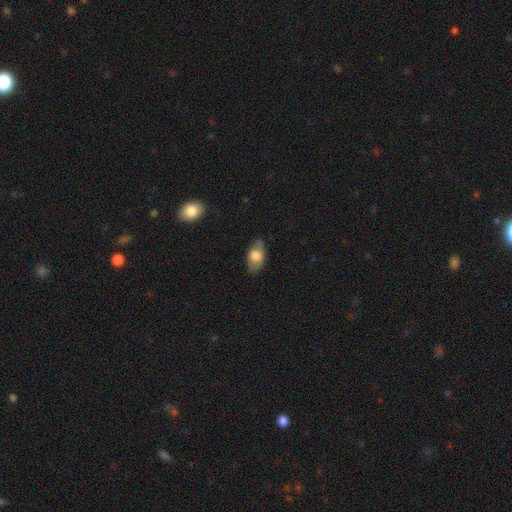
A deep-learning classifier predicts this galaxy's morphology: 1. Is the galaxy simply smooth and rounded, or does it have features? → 64% smooth, 28% featured or disk, 7% star or artifact.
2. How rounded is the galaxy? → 90% in between, 7% round, 4% cigar-shaped.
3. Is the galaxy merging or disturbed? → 72% none, 21% minor disturbance, 6% major disturbance, 1% merger.